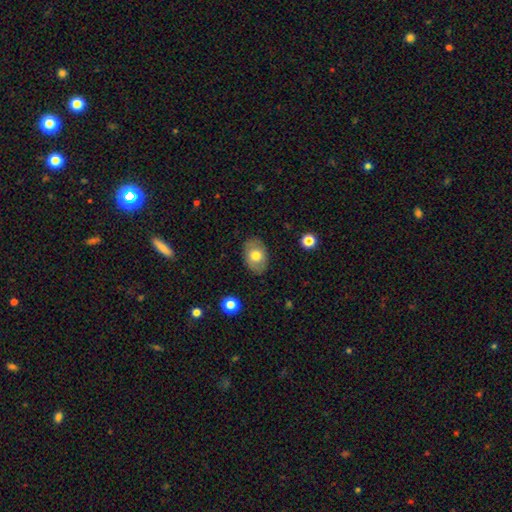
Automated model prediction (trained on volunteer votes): Morphology: type=smooth (68%); roundness=in between (80%); merging=none (84%).